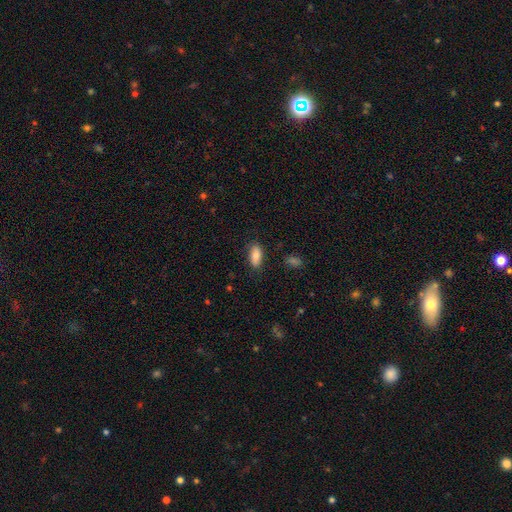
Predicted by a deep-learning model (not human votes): Smooth or featured: smooth — 83% (featured or disk — 10%)
How rounded: in between — 88% (cigar-shaped — 9%)
Merging: none — 82% (minor disturbance — 14%)